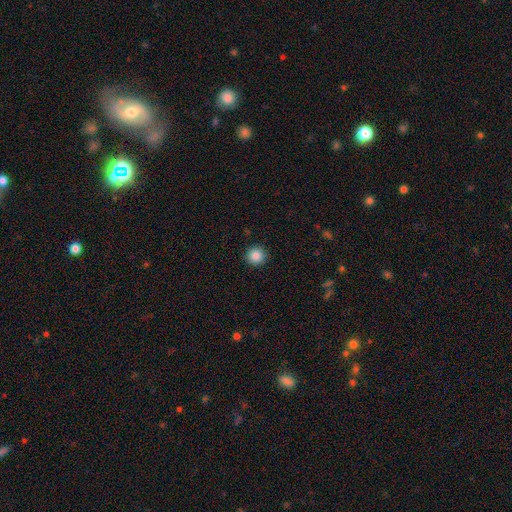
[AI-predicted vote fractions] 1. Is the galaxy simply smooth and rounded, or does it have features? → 87% smooth, 10% star or artifact, 4% featured or disk.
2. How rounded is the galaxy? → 96% round, 3% in between, 1% cigar-shaped.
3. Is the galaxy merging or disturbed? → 92% none, 5% minor disturbance, 2% major disturbance, 1% merger.